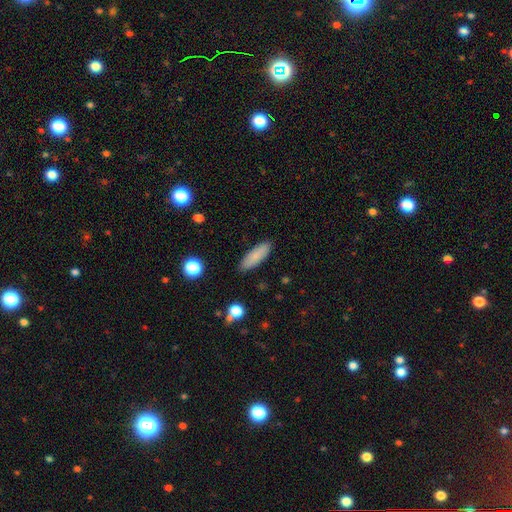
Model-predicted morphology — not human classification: Smooth or featured: smooth — 84% (featured or disk — 9%)
How rounded: in between — 51% (cigar-shaped — 47%)
Merging: none — 88% (minor disturbance — 9%)